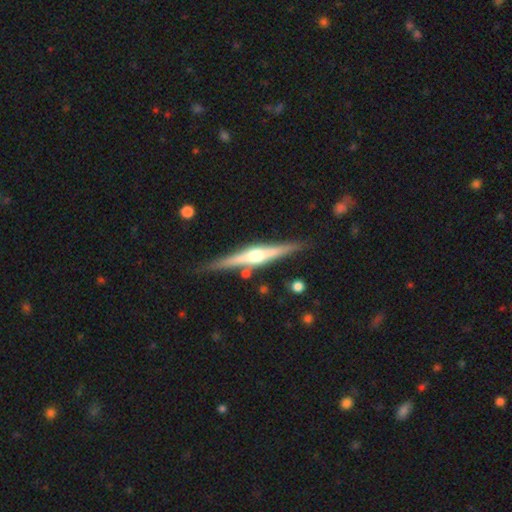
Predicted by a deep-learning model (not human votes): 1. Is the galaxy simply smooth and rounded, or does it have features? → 76% featured or disk, 18% smooth, 5% star or artifact.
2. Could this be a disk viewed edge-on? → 98% yes, 2% no.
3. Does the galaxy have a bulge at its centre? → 90% rounded, 7% boxy, 3% none.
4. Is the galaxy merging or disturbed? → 83% none, 11% minor disturbance, 4% merger, 2% major disturbance.